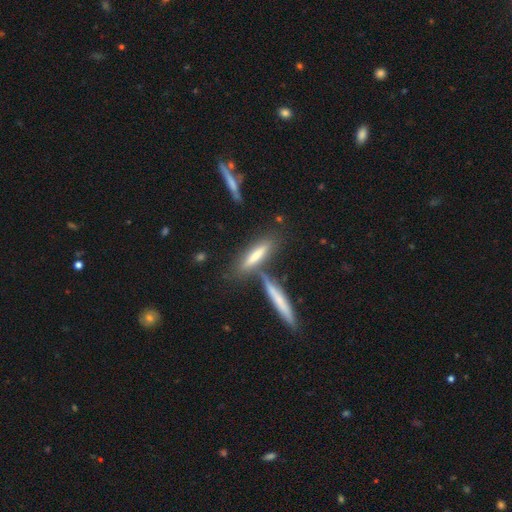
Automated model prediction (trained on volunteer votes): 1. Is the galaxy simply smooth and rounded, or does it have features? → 60% smooth, 31% featured or disk, 9% star or artifact.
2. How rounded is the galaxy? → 77% cigar-shaped, 21% in between, 2% round.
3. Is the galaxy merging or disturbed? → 61% none, 23% merger, 12% minor disturbance, 4% major disturbance.